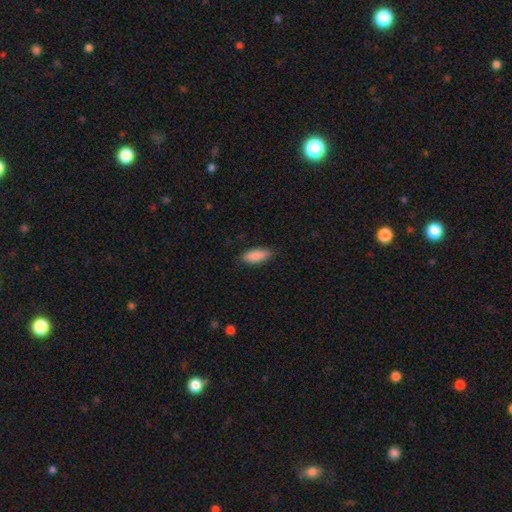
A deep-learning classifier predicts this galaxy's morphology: smooth 89%, star or artifact 6%, featured or disk 5%. Down the decision tree: how rounded — in between (70%); merging — none (86%).